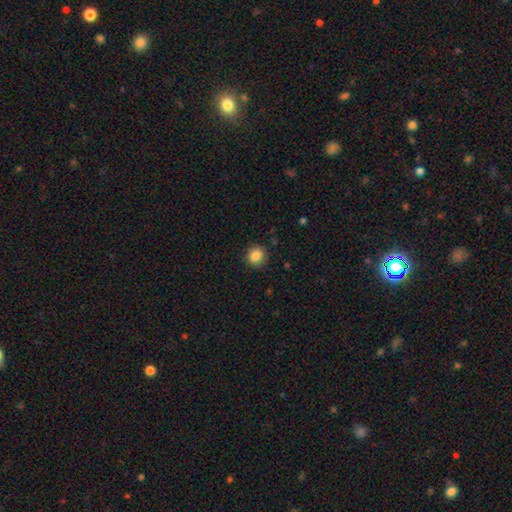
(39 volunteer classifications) This is clearly a smooth galaxy (90%). How rounded: clearly round (94%). Merging: clearly none (81%).